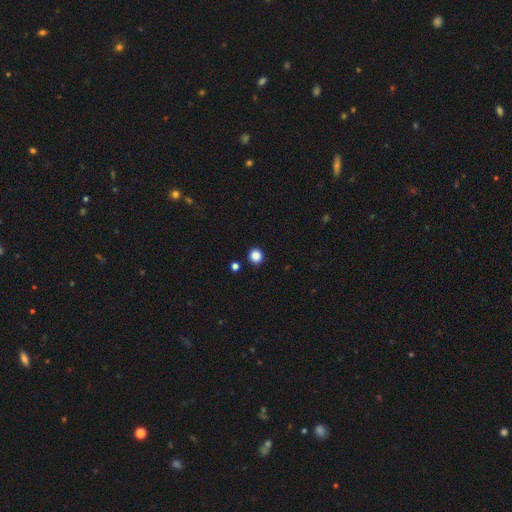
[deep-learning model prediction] Morphology: type=smooth (87%); roundness=round (94%); merging=none (92%).